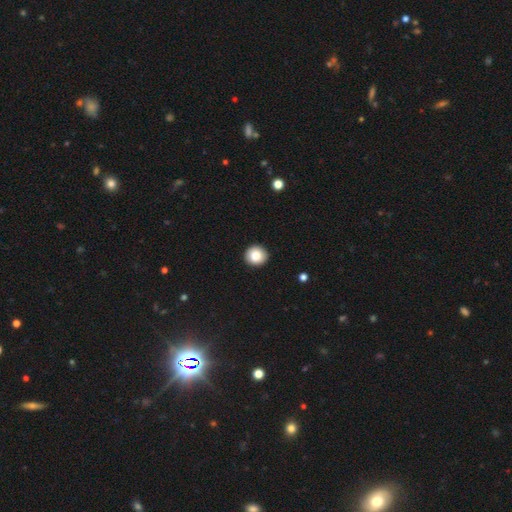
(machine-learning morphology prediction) A smooth galaxy with no disk features (86%) that is round (91%).

Vote fractions:
- Smooth or featured? smooth: 86% / star or artifact: 8% / featured or disk: 5%
- How rounded? round: 91% / in between: 8% / cigar-shaped: 1%
- Merging? none: 92% / minor disturbance: 6% / major disturbance: 1% / merger: 1%